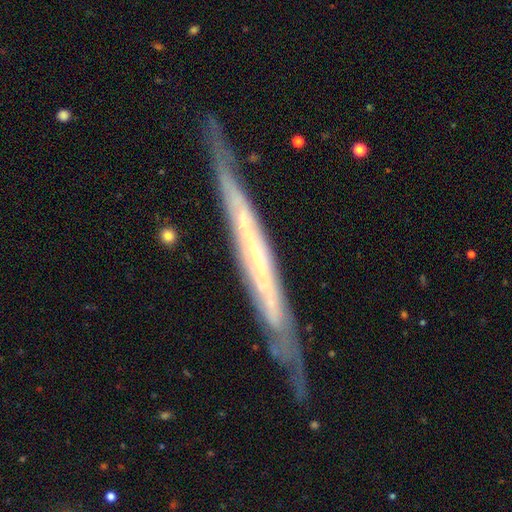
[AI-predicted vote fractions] Q: Smooth or featured?
A: featured or disk (82%); runner-up: smooth (13%)
Q: Edge-on disk?
A: yes (82%); runner-up: no (18%)
Q: Edge-on bulge?
A: none (64%); runner-up: rounded (32%)
Q: Merging?
A: none (76%); runner-up: minor disturbance (18%)